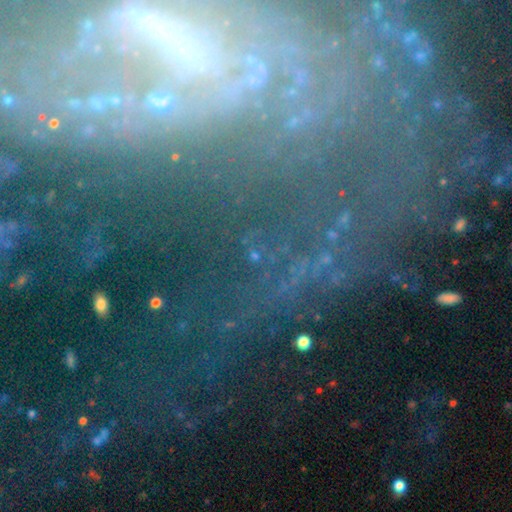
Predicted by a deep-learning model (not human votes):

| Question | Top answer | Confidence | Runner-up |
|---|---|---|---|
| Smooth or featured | star or artifact | 52% | featured or disk (32%) |